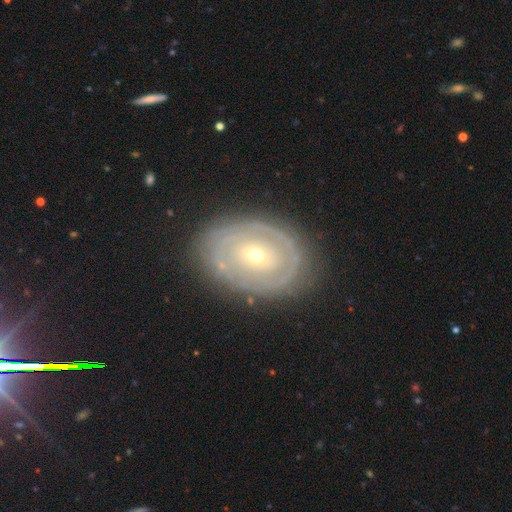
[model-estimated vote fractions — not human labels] smooth_or_featured: featured or disk (p=0.75) [alt: smooth p=0.20]
disk_edge_on: no (p=0.94) [alt: yes p=0.06]
bar: no (p=0.81) [alt: weak p=0.14]
has_spiral_arms: yes (p=0.54) [alt: no p=0.46]
bulge_size: small (p=0.59) [alt: moderate p=0.38]
merging: none (p=0.79) [alt: minor disturbance p=0.14]